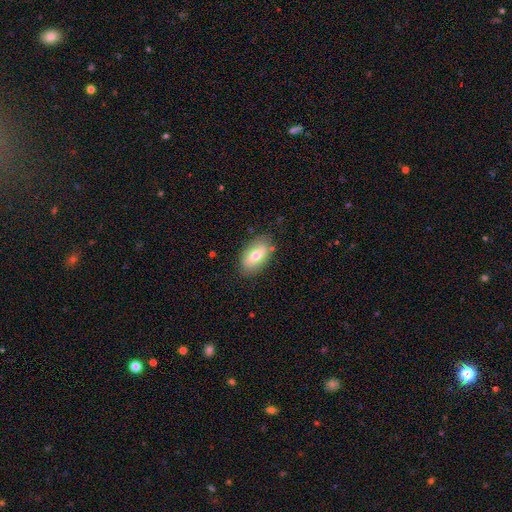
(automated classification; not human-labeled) This appears to be a smooth galaxy with no disk features (68%) that is in between round and cigar-shaped (91%). Merging: none (81%).